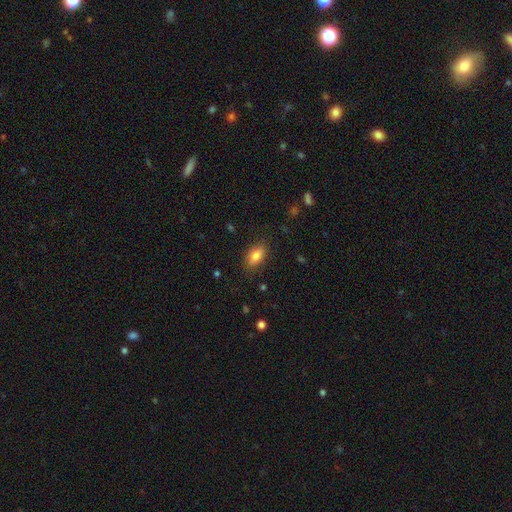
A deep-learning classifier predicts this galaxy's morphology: Smooth or featured? Predicted: smooth (p=0.81). How rounded? Predicted: in between (p=0.88). Merging? Predicted: none (p=0.83).